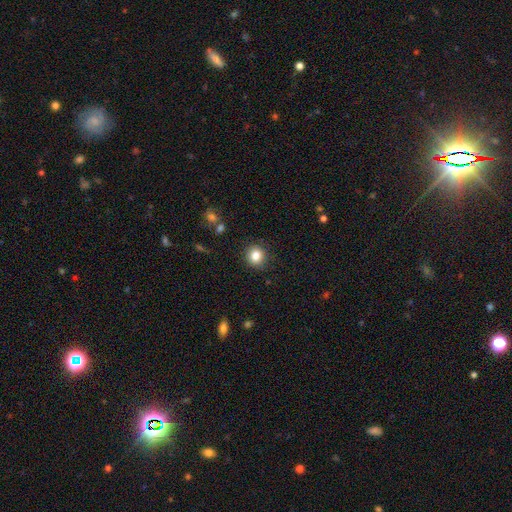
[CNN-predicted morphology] Smooth or featured? smooth (84%)
How rounded? round (84%)
Merging? none (89%)